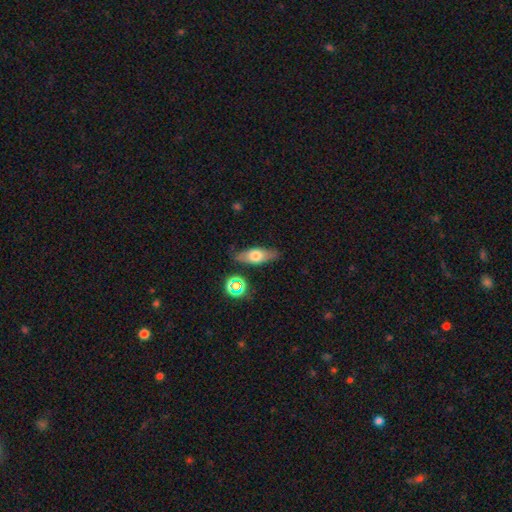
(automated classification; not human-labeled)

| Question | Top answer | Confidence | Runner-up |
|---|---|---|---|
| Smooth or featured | smooth | 59% | featured or disk (32%) |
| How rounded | in between | 67% | cigar-shaped (27%) |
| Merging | none | 79% | minor disturbance (15%) |